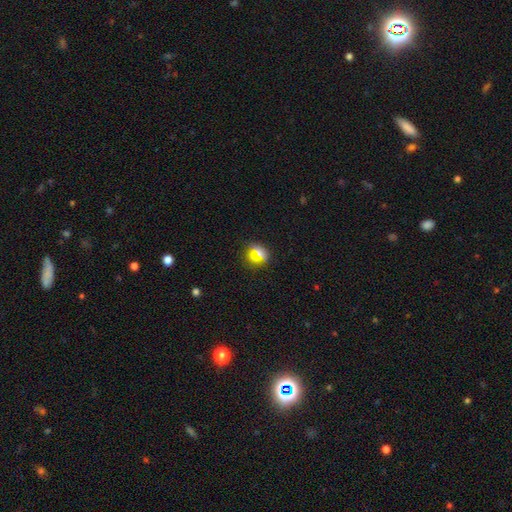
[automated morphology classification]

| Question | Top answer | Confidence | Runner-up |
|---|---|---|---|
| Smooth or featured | smooth | 67% | star or artifact (22%) |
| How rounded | round | 89% | in between (9%) |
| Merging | none | 84% | minor disturbance (10%) |